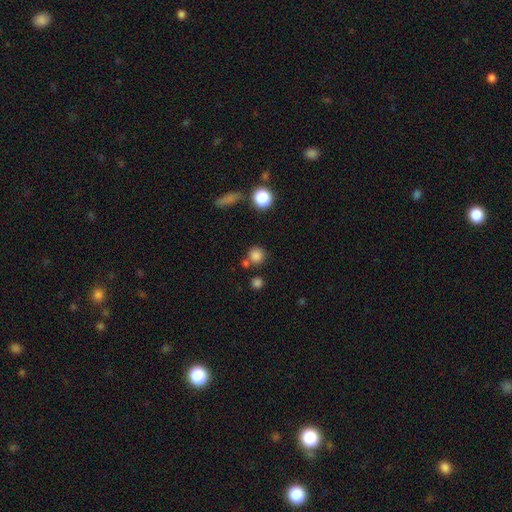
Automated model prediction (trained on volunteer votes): Smooth or featured: smooth — 81% (star or artifact — 13%)
How rounded: round — 91% (in between — 8%)
Merging: none — 71% (merger — 16%)